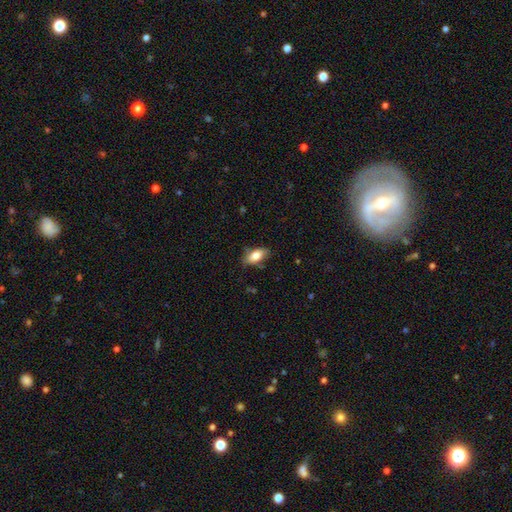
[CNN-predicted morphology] Overall: smooth (79%). How rounded: in between (88%). Merging: none (72%).